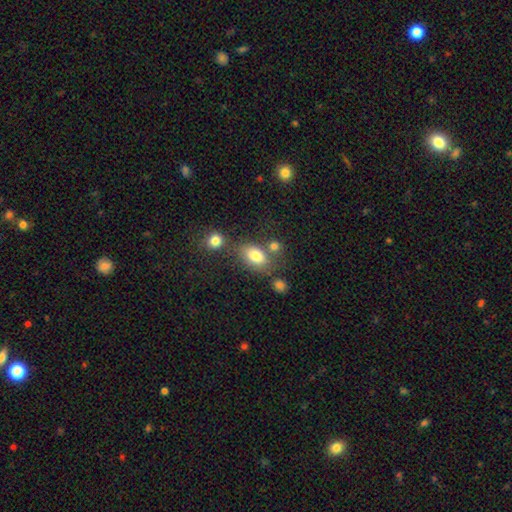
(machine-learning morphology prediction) Q: Smooth or featured?
A: smooth (80%); runner-up: star or artifact (10%)
Q: How rounded?
A: in between (80%); runner-up: round (18%)
Q: Merging?
A: none (59%); runner-up: merger (19%)